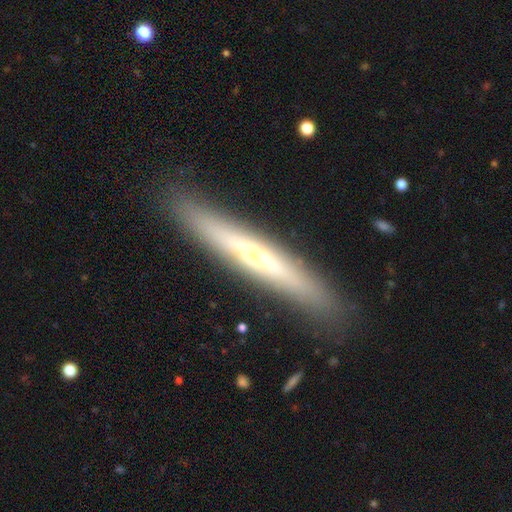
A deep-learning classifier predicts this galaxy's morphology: type=featured or disk (54%); edge-on=yes (90%); merging=none (87%).